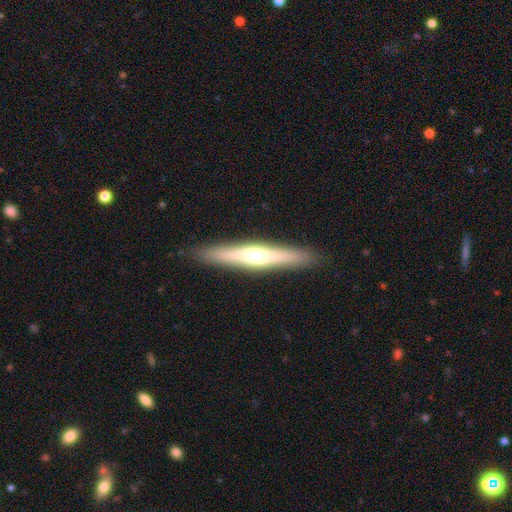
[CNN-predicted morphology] This is possibly a featured or disk galaxy (58%). It is clearly viewed edge-on (94%). Edge-on bulge: clearly rounded (86%). Merging: clearly none (90%).